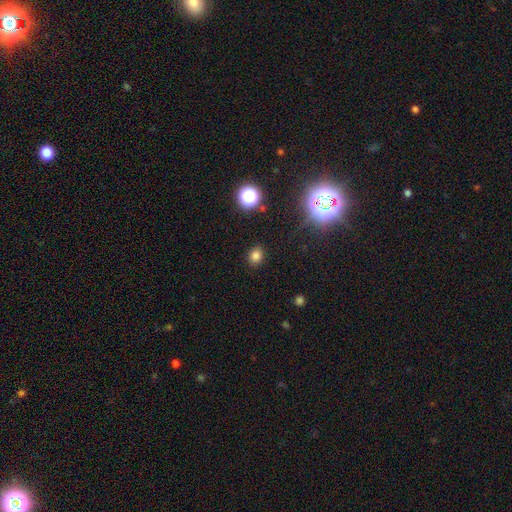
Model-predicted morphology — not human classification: smooth 78%, star or artifact 17%, featured or disk 5%. Down the decision tree: how rounded — round (65%); merging — none (89%).